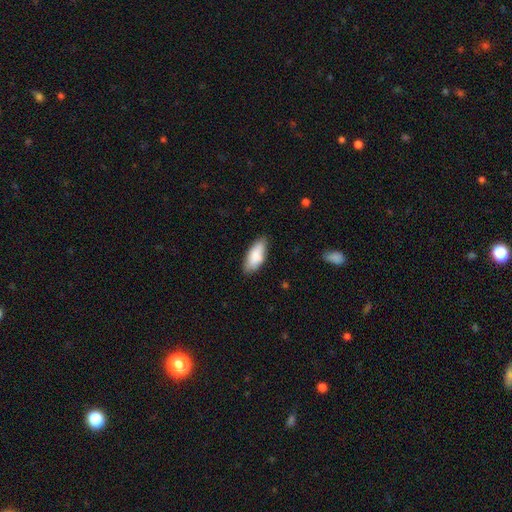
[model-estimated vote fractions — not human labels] smooth 84%, featured or disk 10%, star or artifact 6%. Down the decision tree: how rounded — in between (83%); merging — none (77%).